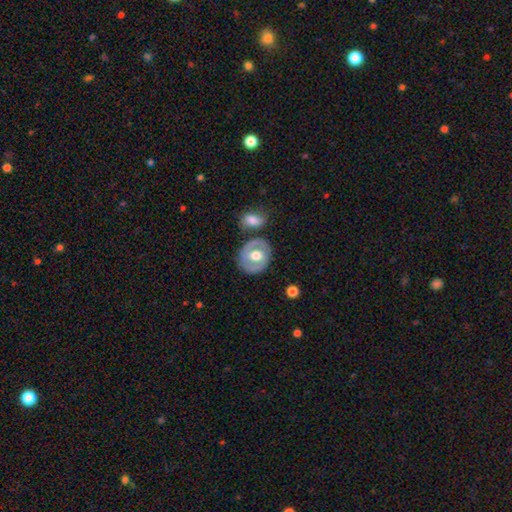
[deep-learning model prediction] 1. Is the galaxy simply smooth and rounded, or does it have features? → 52% featured or disk, 43% smooth, 5% star or artifact.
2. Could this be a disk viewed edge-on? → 95% no, 5% yes.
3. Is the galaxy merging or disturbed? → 71% none, 14% minor disturbance, 10% merger, 5% major disturbance.